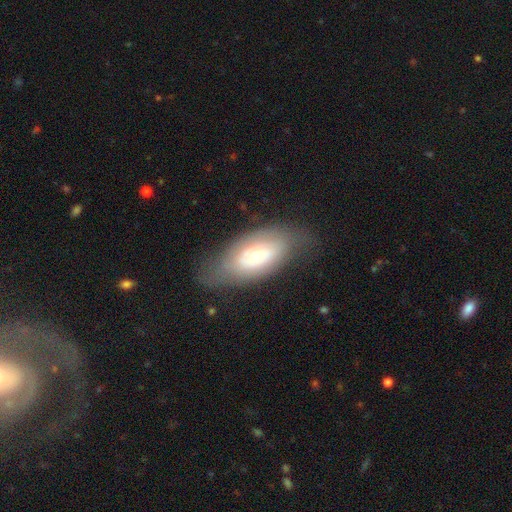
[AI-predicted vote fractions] Q: Smooth or featured?
A: smooth (47%); runner-up: featured or disk (45%)
Q: Merging?
A: none (65%); runner-up: minor disturbance (22%)